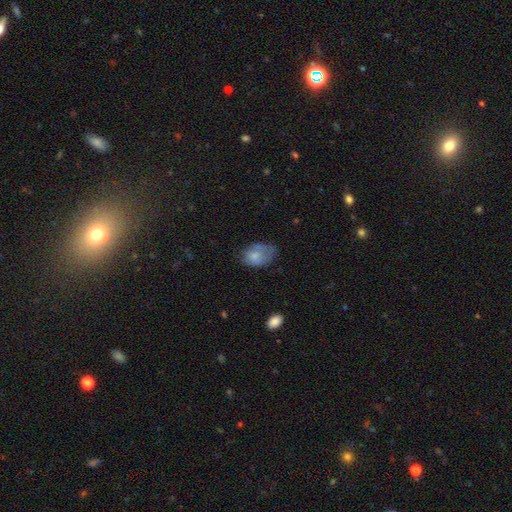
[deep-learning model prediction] Smooth or featured: smooth — 75% (featured or disk — 17%)
How rounded: in between — 84% (round — 15%)
Merging: none — 44% (minor disturbance — 34%)